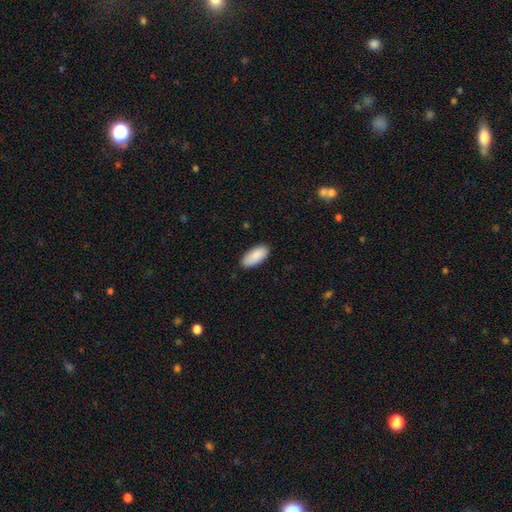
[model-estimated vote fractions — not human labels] smooth-or-featured: smooth: 89% | star or artifact: 6% | featured or disk: 5%
  how-rounded: in between: 90% | cigar-shaped: 8% | round: 2%
  merging: none: 87% | minor disturbance: 10% | major disturbance: 2% | merger: 1%